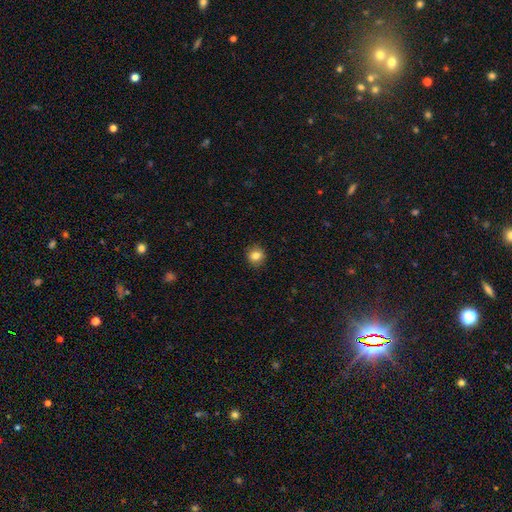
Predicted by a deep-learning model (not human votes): Morphology: type=smooth (84%); roundness=round (84%); merging=none (90%).